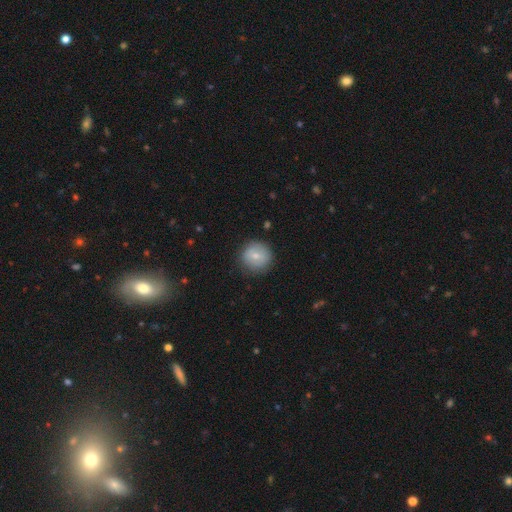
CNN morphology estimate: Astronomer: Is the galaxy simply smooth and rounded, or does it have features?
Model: smooth — 70%.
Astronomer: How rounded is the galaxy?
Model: round — 93%.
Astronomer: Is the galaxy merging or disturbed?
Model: none — 84%.